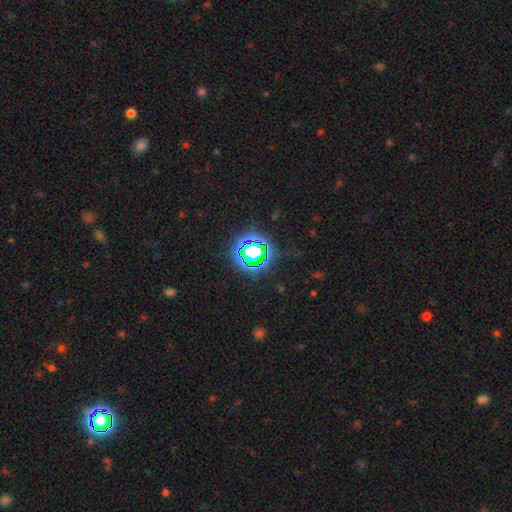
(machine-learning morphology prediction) star or artifact 71%, smooth 18%, featured or disk 11%.